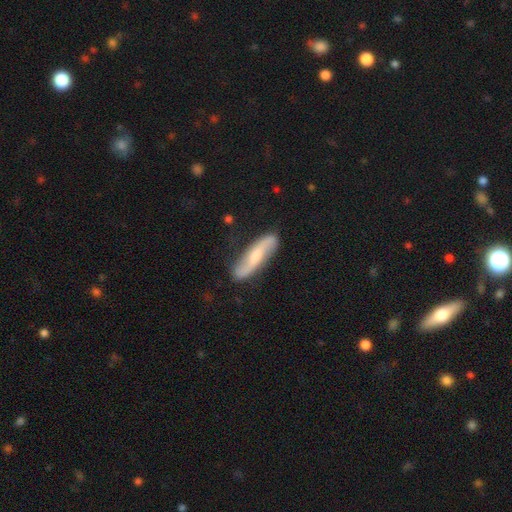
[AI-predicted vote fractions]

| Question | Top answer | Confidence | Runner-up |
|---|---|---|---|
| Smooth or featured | featured or disk | 68% | smooth (27%) |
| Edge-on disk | no | 81% | yes (19%) |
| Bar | no | 41% | weak (40%) |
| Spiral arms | yes | 94% | no (6%) |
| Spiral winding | loose | 66% | medium (24%) |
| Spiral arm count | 2 | 91% | can't tell (4%) |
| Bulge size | moderate | 45% | small (33%) |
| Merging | none | 82% | minor disturbance (13%) |